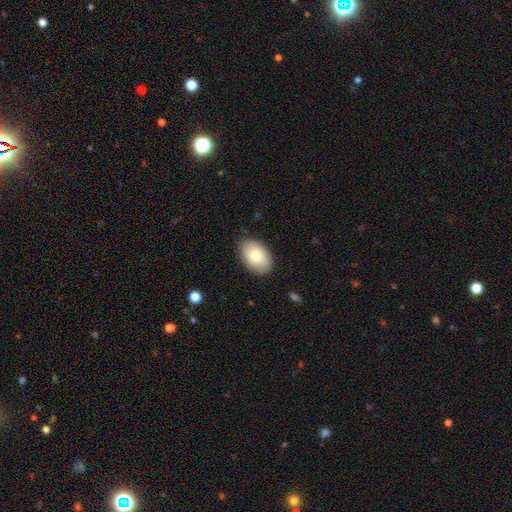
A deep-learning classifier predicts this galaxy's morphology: Smooth or featured? smooth (78%)
How rounded? in between (88%)
Merging? none (86%)